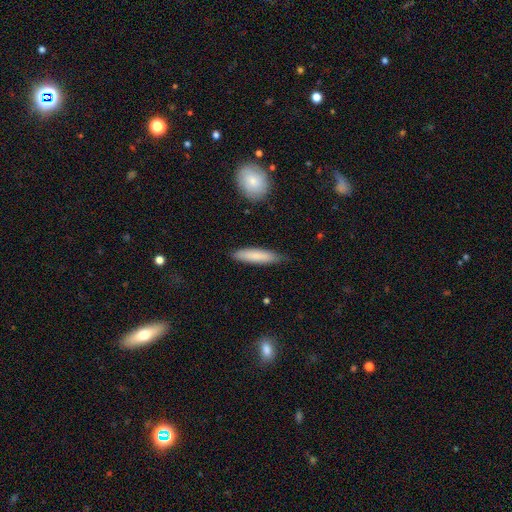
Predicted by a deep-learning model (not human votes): Smooth or featured: smooth — 79% (featured or disk — 15%)
How rounded: cigar-shaped — 81% (in between — 17%)
Merging: none — 82% (minor disturbance — 13%)